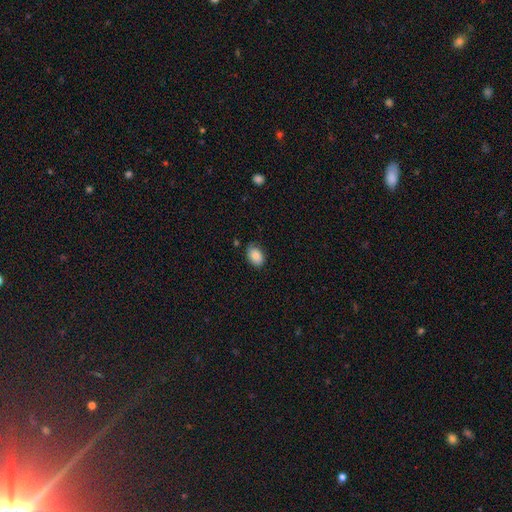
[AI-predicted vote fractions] Morphology: type=smooth (85%); roundness=in between (83%); merging=none (74%).